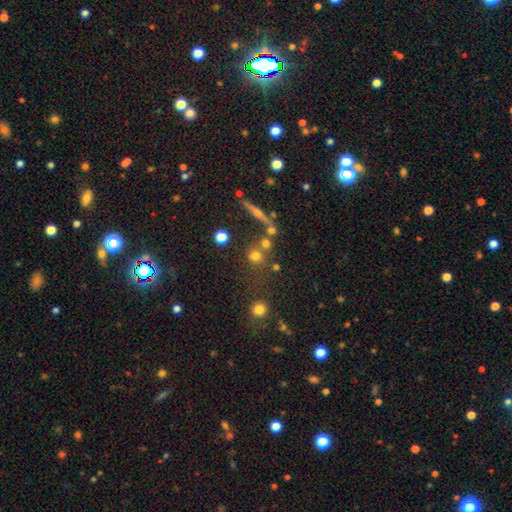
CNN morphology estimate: Overall: smooth (68%). How rounded: round (89%). Merging: none (62%; merger 23%).